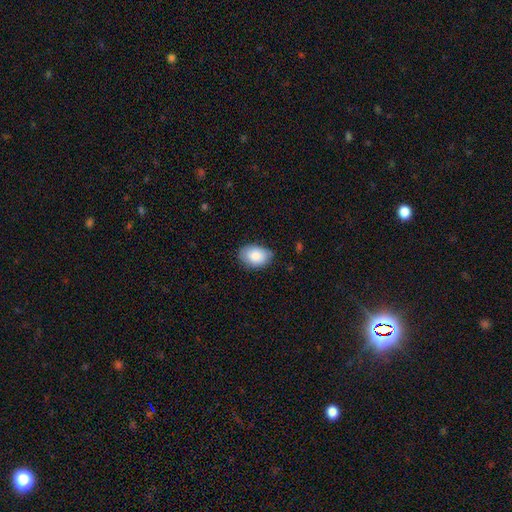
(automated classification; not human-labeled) Smooth or featured? Predicted: smooth (p=0.85). How rounded? Predicted: in between (p=0.85). Merging? Predicted: none (p=0.79).